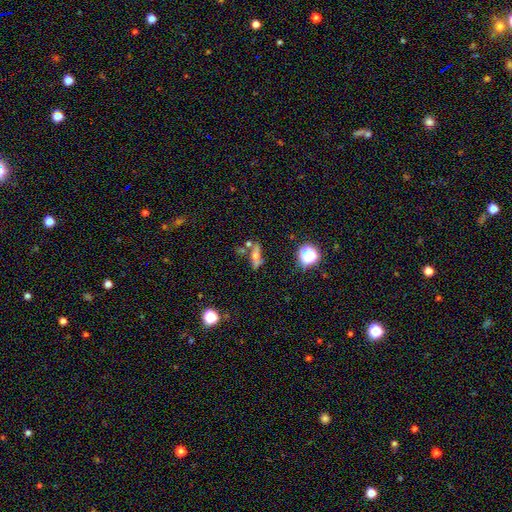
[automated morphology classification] A smooth galaxy with no disk features (47%).

Vote fractions:
- Smooth or featured? smooth: 47% / featured or disk: 35% / star or artifact: 19%
- Merging? none: 55% / merger: 19% / minor disturbance: 17% / major disturbance: 9%